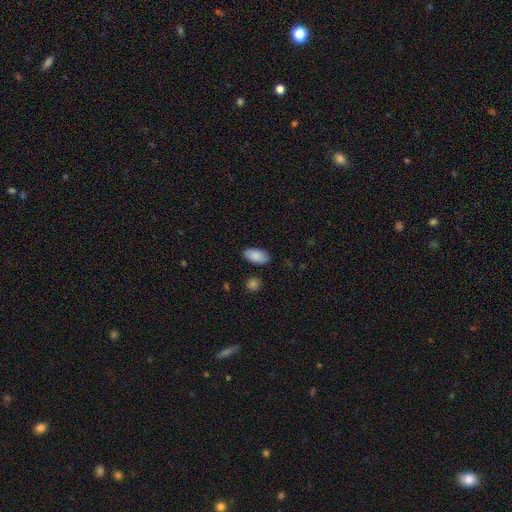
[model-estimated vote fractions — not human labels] Q: Smooth or featured?
A: smooth (87%); runner-up: featured or disk (7%)
Q: How rounded?
A: in between (94%); runner-up: cigar-shaped (3%)
Q: Merging?
A: none (86%); runner-up: minor disturbance (9%)